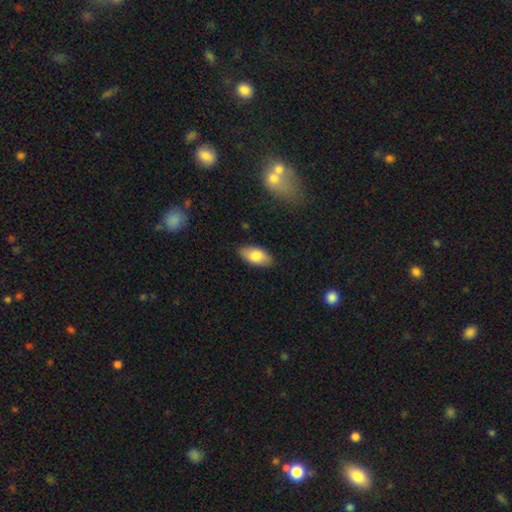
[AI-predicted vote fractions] This is clearly a smooth galaxy (81%). How rounded: clearly in between (93%). Merging: clearly none (87%).